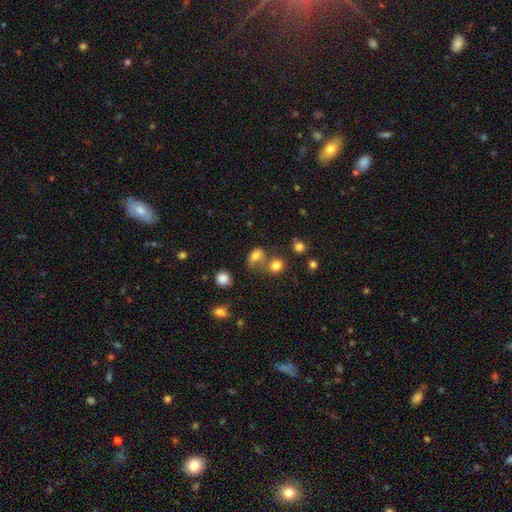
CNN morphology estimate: Smooth or featured?
  - smooth: 77% *
  - star or artifact: 13%
  - featured or disk: 10%
How rounded?
  - in between: 69% *
  - round: 29%
  - cigar-shaped: 3%
Merging?
  - none: 41% *
  - merger: 29%
  - minor disturbance: 19%
  - major disturbance: 11%